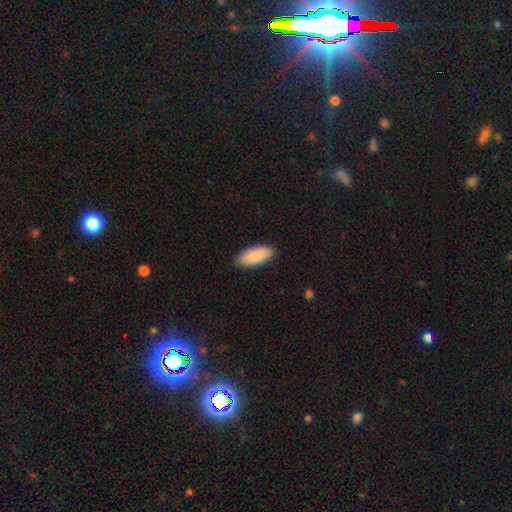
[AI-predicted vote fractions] Overall: smooth (89%). How rounded: in between (85%). Merging: none (88%).